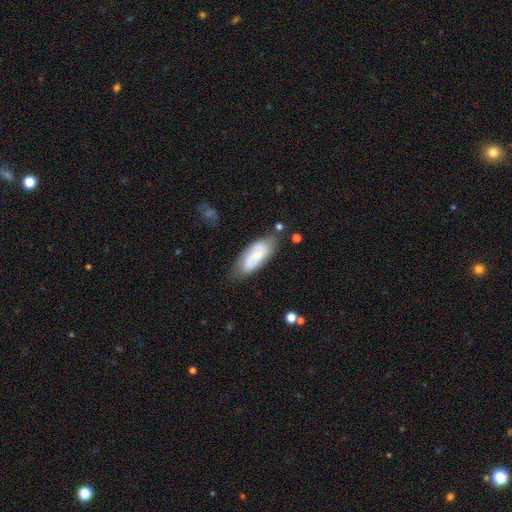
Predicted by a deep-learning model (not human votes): This appears to be a featured or disk galaxy (51%). Merging: none (73%).